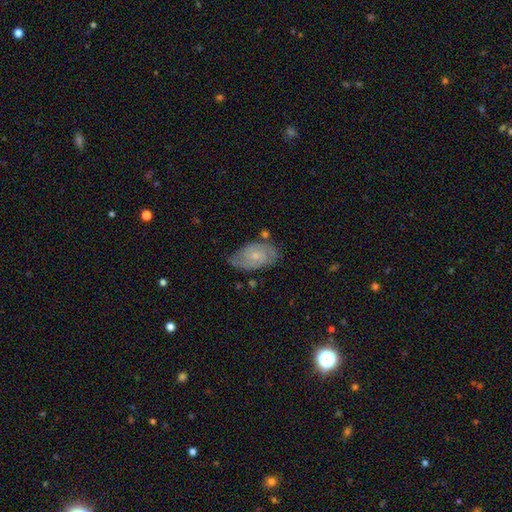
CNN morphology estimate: This is likely a featured or disk galaxy (67%). It is clearly not viewed edge-on (96%). Bar: likely no (67%). Spiral arm pattern: clearly yes (89%). Spiral arm count: likely 2 (64%). Spiral winding: possibly tight (48%). Central bulge: likely small (69%). Merging: likely none (66%).